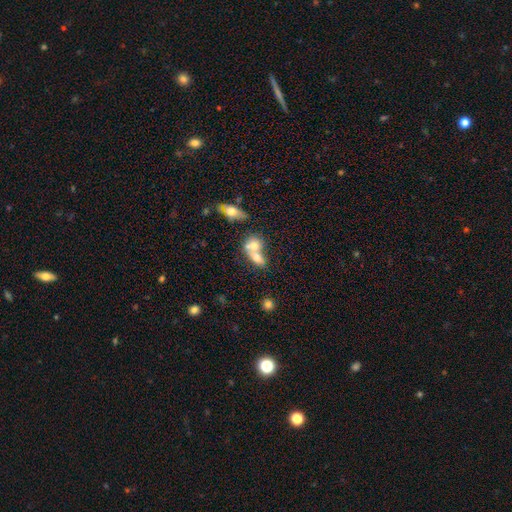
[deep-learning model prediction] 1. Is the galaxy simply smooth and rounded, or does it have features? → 65% smooth, 25% featured or disk, 10% star or artifact.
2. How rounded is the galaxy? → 64% in between, 31% round, 5% cigar-shaped.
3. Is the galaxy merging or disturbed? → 71% merger, 18% none, 6% minor disturbance, 4% major disturbance.